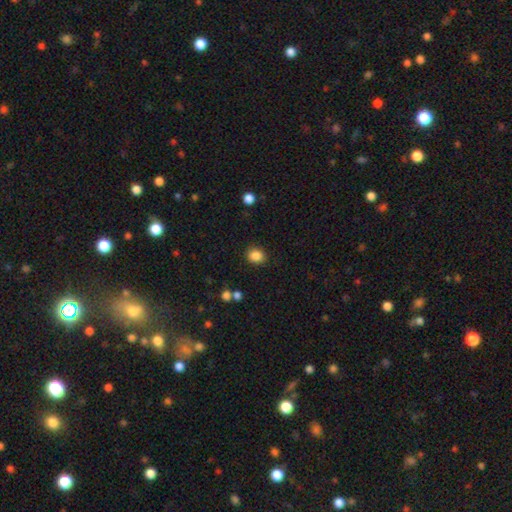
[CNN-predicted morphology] smooth-or-featured: smooth: 87% | star or artifact: 10% | featured or disk: 4%
  how-rounded: round: 66% | in between: 34% | cigar-shaped: 1%
  merging: none: 87% | minor disturbance: 8% | major disturbance: 3% | merger: 2%